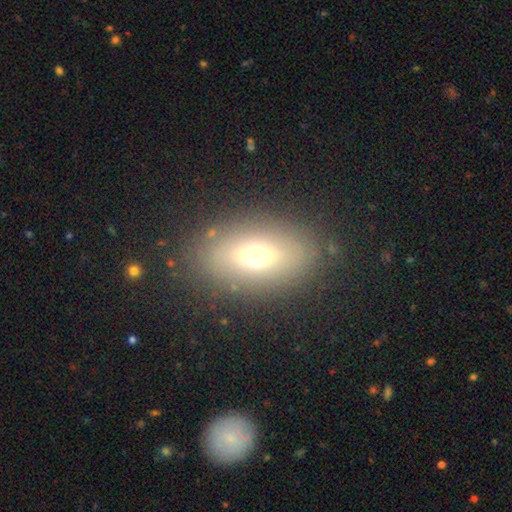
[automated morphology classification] Overall: smooth (64%; featured or disk 25%). How rounded: in between (86%). Merging: none (84%).